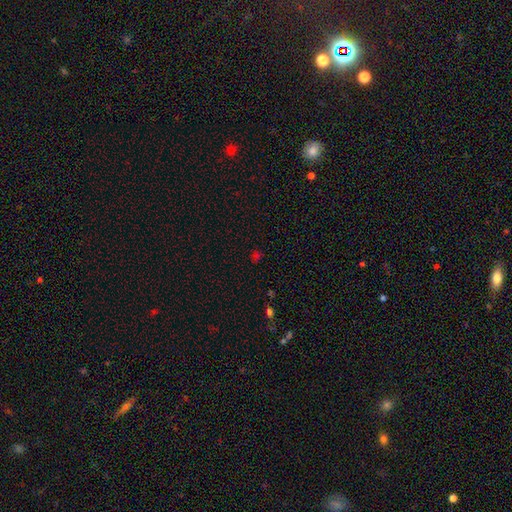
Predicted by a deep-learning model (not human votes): A smooth galaxy with no disk features (47%).

Vote fractions:
- Smooth or featured? smooth: 47% / star or artifact: 46% / featured or disk: 7%
- Merging? none: 76% / minor disturbance: 12% / merger: 6% / major disturbance: 6%